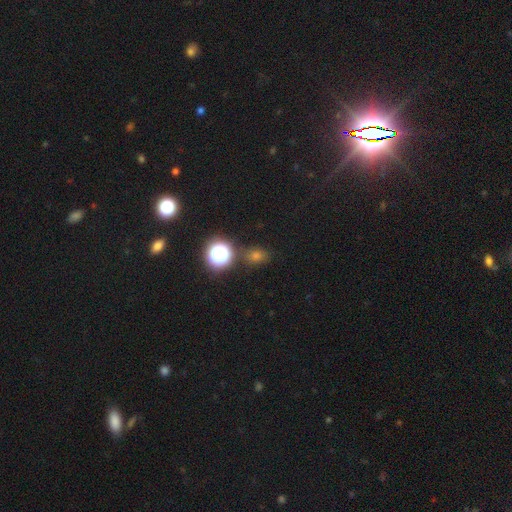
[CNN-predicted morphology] smooth-or-featured: smooth: 57% | star or artifact: 35% | featured or disk: 7%
  how-rounded: round: 54% | in between: 44% | cigar-shaped: 2%
  merging: none: 82% | minor disturbance: 10% | merger: 4% | major disturbance: 3%